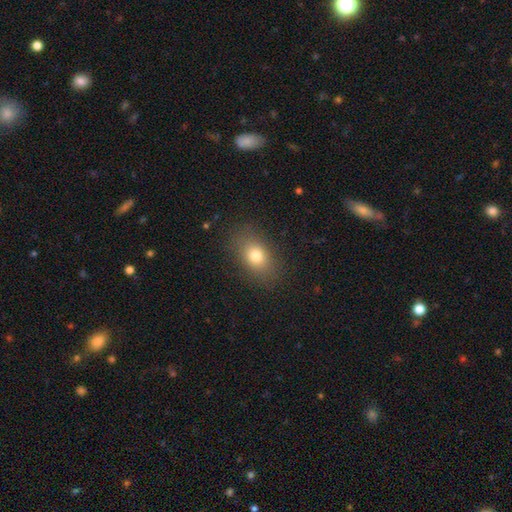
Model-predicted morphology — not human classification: Smooth or featured? Predicted: smooth (p=0.78). How rounded? Predicted: in between (p=0.77). Merging? Predicted: none (p=0.85).